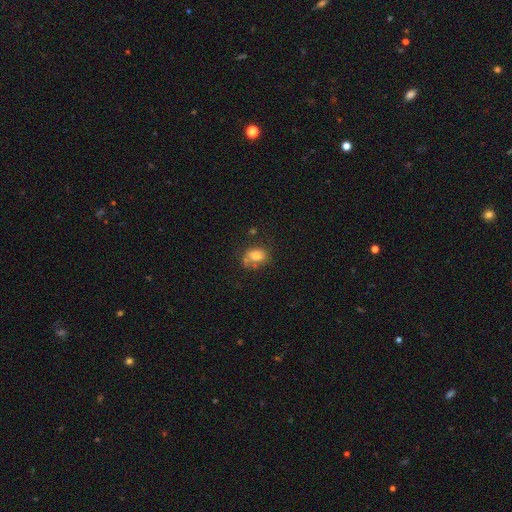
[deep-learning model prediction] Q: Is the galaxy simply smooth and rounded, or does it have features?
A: smooth — 75%.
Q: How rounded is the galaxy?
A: in between — 66%.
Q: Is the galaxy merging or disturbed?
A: none — 47%.